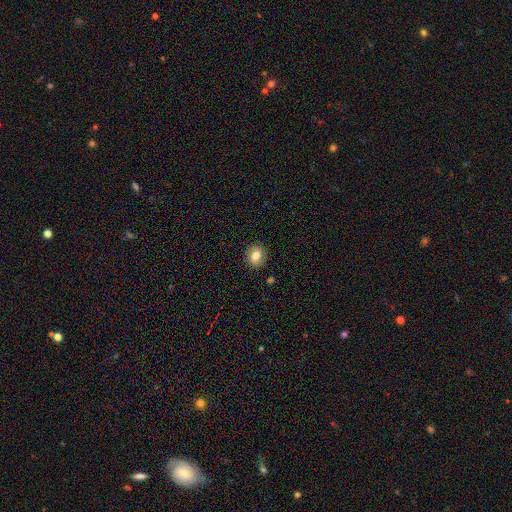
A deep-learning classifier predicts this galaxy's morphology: Smooth or featured? smooth (73%)
How rounded? round (67%)
Merging? none (84%)